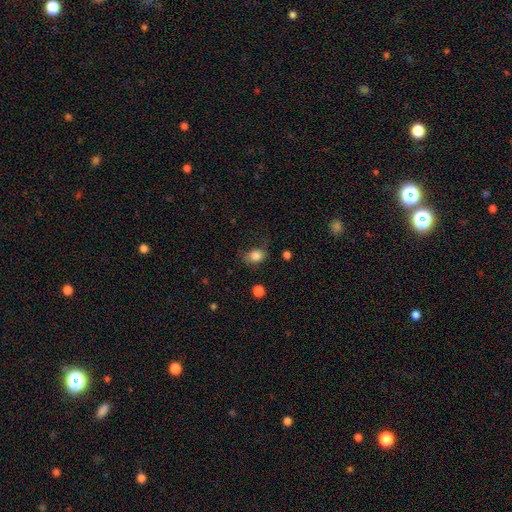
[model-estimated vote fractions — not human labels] Q: Smooth or featured?
A: smooth (83%); runner-up: star or artifact (9%)
Q: How rounded?
A: in between (55%); runner-up: round (43%)
Q: Merging?
A: none (58%); runner-up: minor disturbance (27%)